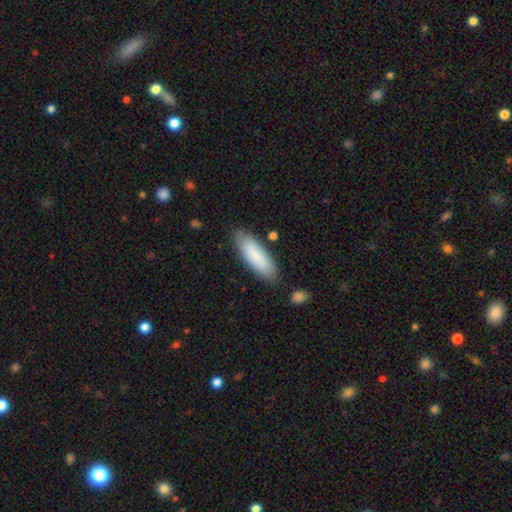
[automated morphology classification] Overall: smooth (83%). How rounded: in between (57%; cigar-shaped 42%). Merging: none (82%).